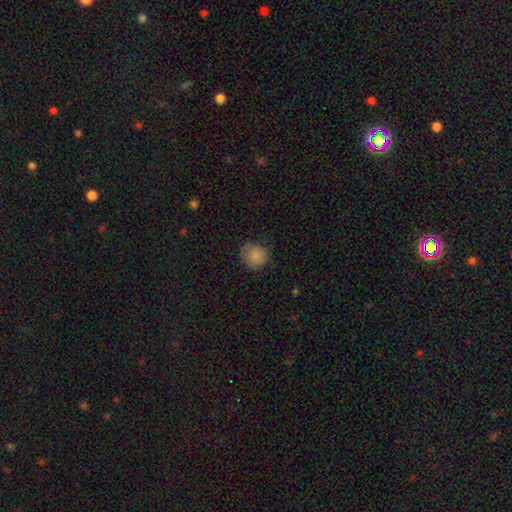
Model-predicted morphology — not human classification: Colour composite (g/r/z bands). It shows a smooth galaxy with no disk features (84%) that is round (84%). Merging: none (71%).